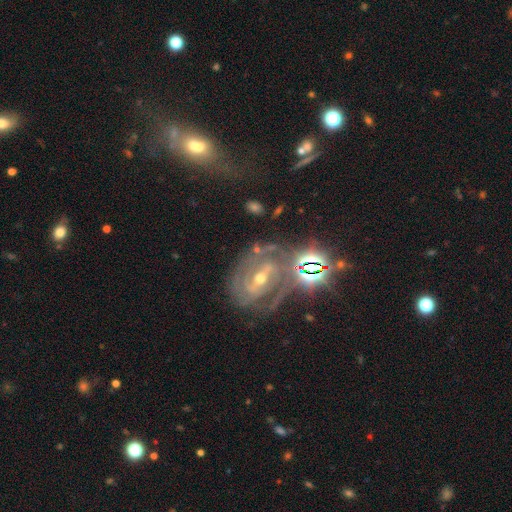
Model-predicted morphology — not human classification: This is likely a featured or disk galaxy (79%). It is clearly not viewed edge-on (95%). Bar: marginally strong (38%, tied with weak). Spiral arm pattern: clearly yes (89%). Spiral arm count: marginally 2 (45%). Spiral winding: possibly tight (54%). Central bulge: possibly small (55%). Merging: possibly none (51%).